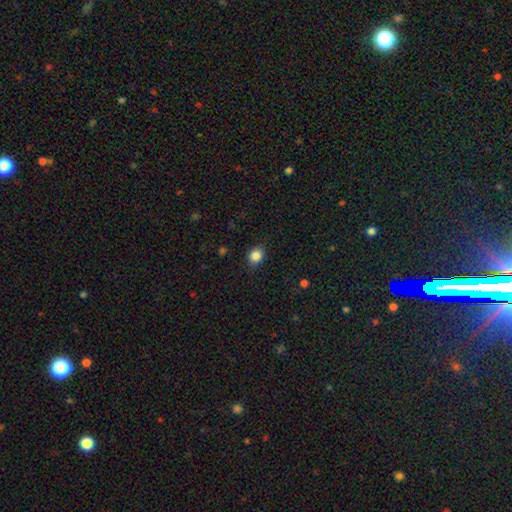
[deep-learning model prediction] This appears to be a smooth galaxy with no disk features (86%) that is round (64%). Merging: none (86%).